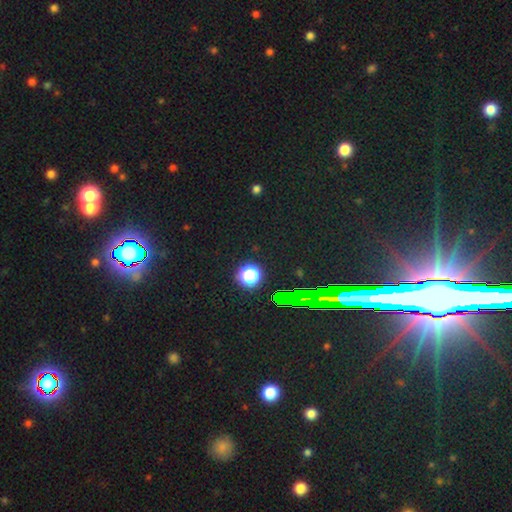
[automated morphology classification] Smooth or featured? Predicted: star or artifact (p=0.79).